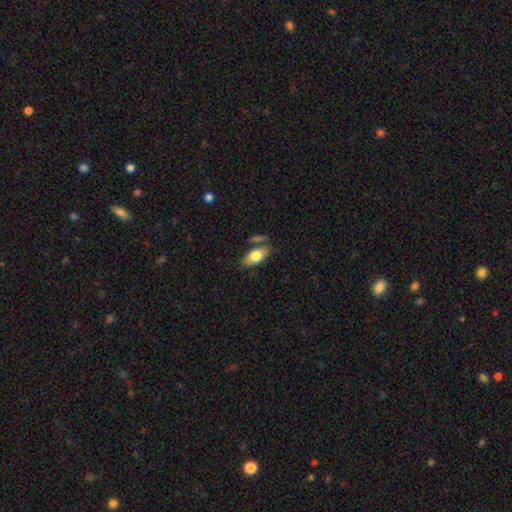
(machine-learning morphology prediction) Smooth or featured: smooth — 75% (featured or disk — 18%)
How rounded: in between — 90% (cigar-shaped — 7%)
Merging: none — 66% (minor disturbance — 16%)